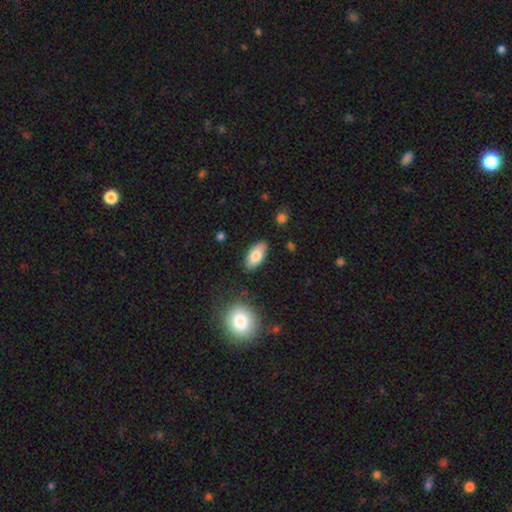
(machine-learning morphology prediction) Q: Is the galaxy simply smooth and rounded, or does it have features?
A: smooth — 79%.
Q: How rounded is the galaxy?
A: in between — 92%.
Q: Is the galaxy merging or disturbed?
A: none — 83%.